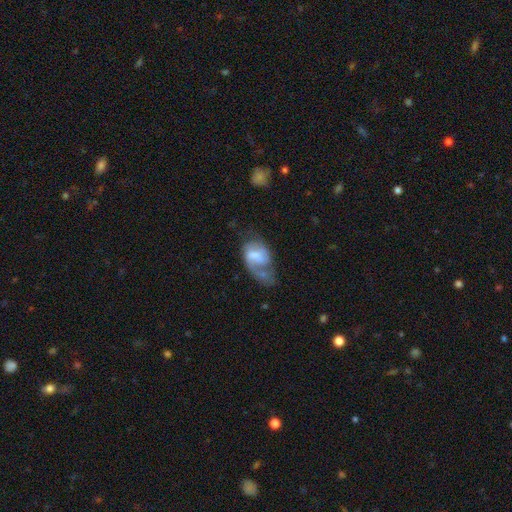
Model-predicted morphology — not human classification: Overall: featured or disk (65%; smooth 28%). Edge-on disk: no (97%). Bar: weak (52%; no 27%). Spiral arms: yes (82%). Spiral arm count: 2 (56%; 1 30%). Spiral winding: medium (44%; loose 38%). Bulge size: moderate (31%; small 30%). Merging: none (33%; major disturbance 32%).